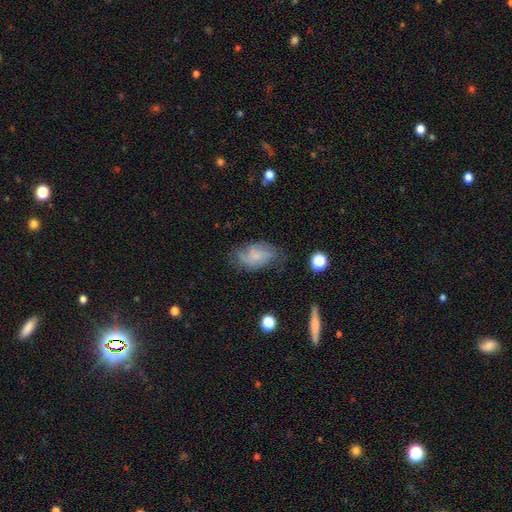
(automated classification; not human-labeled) The model was most divided on "smooth or featured": smooth: 47%, featured or disk: 44%, star or artifact: 10%. More confident: merging — none (55%).